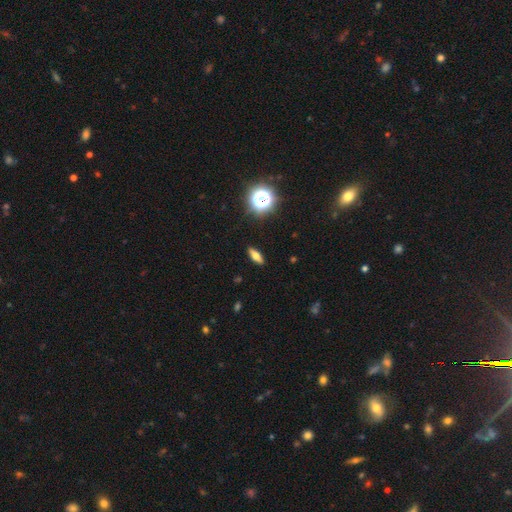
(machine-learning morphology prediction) smooth 61%, featured or disk 24%, star or artifact 15%. Down the decision tree: how rounded — in between (57%); merging — none (90%).